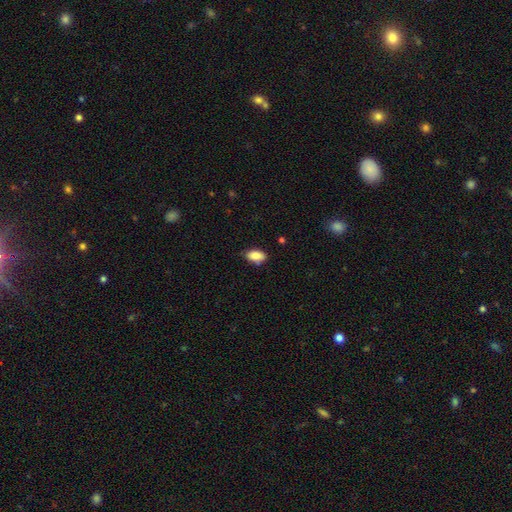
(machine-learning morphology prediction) A smooth galaxy with no disk features (87%) that is in between round and cigar-shaped (92%).

Vote fractions:
- Smooth or featured? smooth: 87% / star or artifact: 7% / featured or disk: 6%
- How rounded? in between: 92% / round: 4% / cigar-shaped: 4%
- Merging? none: 73% / minor disturbance: 22% / major disturbance: 3% / merger: 2%